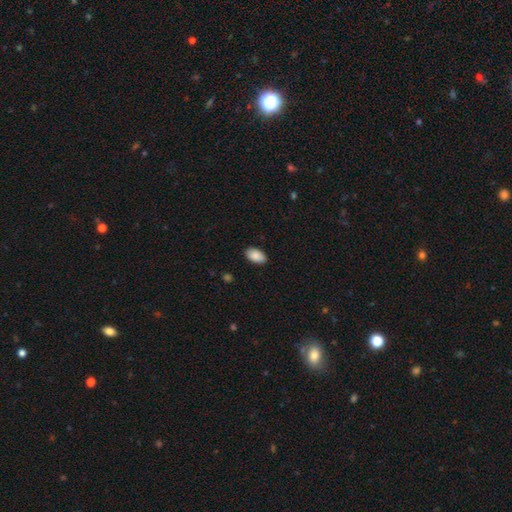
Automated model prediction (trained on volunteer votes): Morphology: type=smooth (89%); roundness=in between (95%); merging=none (89%).